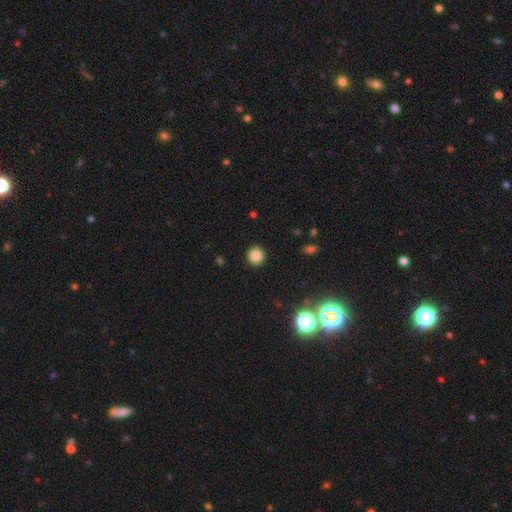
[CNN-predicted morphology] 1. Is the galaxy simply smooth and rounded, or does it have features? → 85% smooth, 12% star or artifact, 3% featured or disk.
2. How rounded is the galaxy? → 90% round, 9% in between, 1% cigar-shaped.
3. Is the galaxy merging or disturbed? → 91% none, 5% minor disturbance, 2% major disturbance, 1% merger.